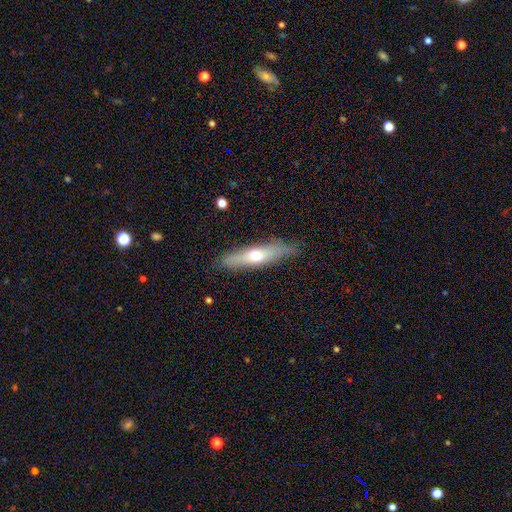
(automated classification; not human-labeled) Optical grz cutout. It shows a smooth galaxy with no disk features (50%) that is cigar-shaped (79%). Merging: none (83%).